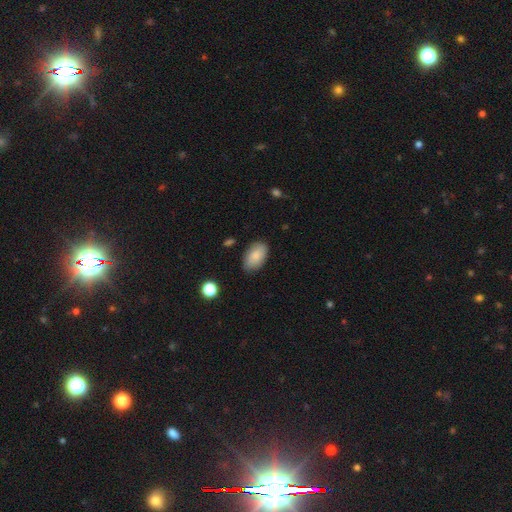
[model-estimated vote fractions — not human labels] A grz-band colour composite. It shows a smooth galaxy with no disk features (84%) that is in between round and cigar-shaped (93%). Merging: none (81%).